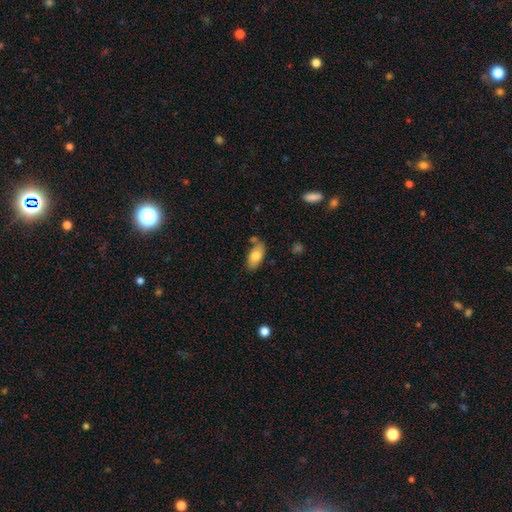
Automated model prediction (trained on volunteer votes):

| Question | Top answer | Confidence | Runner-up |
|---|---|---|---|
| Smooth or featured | smooth | 79% | featured or disk (14%) |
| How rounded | in between | 91% | cigar-shaped (6%) |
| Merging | none | 68% | minor disturbance (19%) |